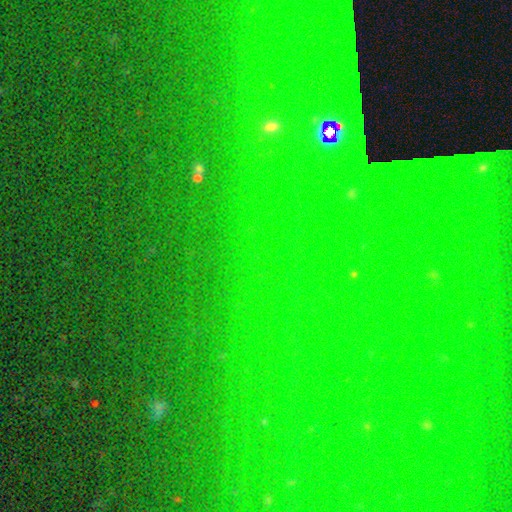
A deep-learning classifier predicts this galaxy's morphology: A star or artifact, not a galaxy (80%).

Vote fractions:
- Smooth or featured? star or artifact: 80% / smooth: 11% / featured or disk: 8%